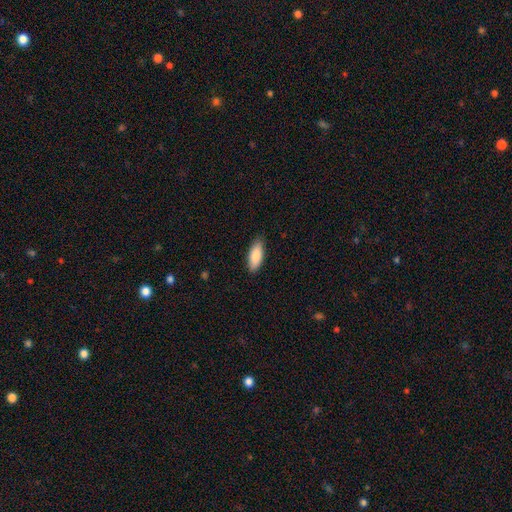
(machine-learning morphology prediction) smooth_or_featured: smooth (p=0.86) [alt: featured or disk p=0.09]
how_rounded: in between (p=0.76) [alt: cigar-shaped p=0.22]
merging: none (p=0.87) [alt: minor disturbance p=0.10]